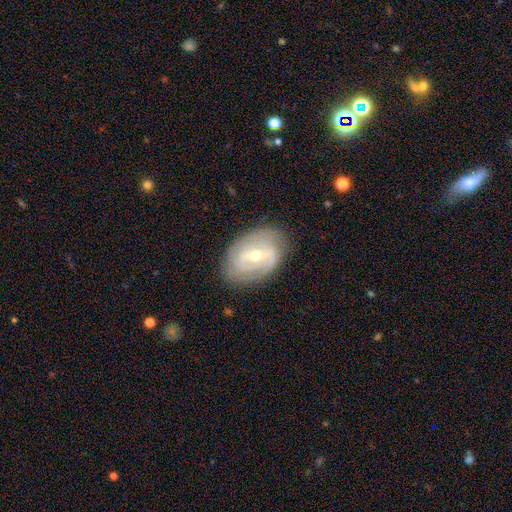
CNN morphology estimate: This appears to be a featured or disk galaxy (80%) with a weak bar (46%), 2 (57%) tight (50%) spiral arms (85%) and a moderate central bulge (51%). Merging: none (78%).